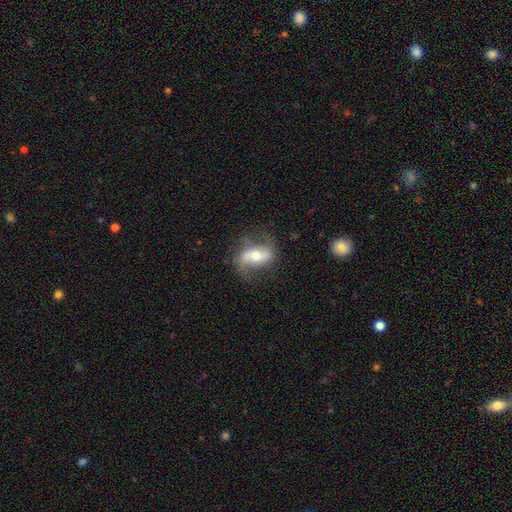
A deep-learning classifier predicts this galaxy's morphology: type=featured or disk (71%); edge-on=no (92%); bar=strong (38%); spiral arms=yes (86%); winding=loose (65%); arm count=2 (85%); bulge=moderate (64%); merging=none (65%).